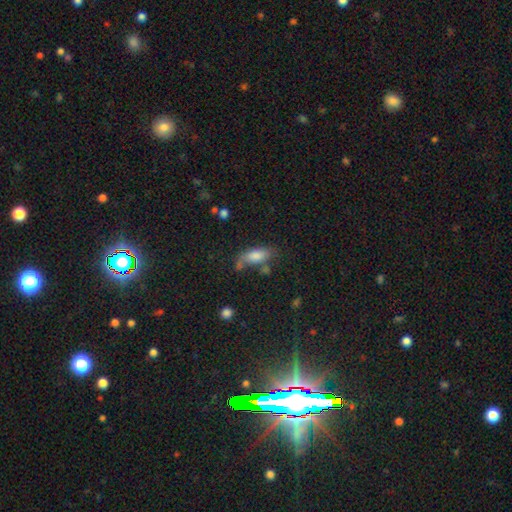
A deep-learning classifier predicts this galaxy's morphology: type=smooth (74%); roundness=in between (76%); merging=none (53%).